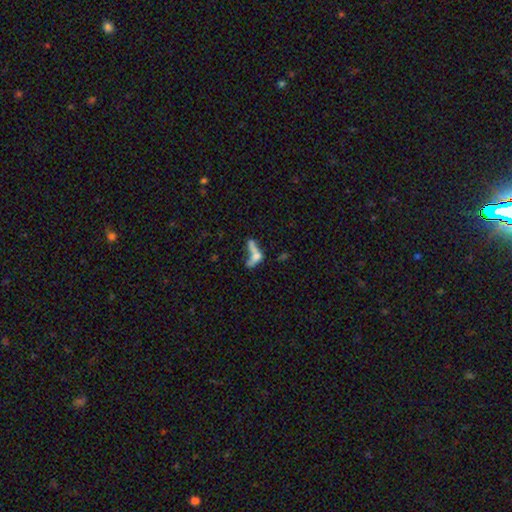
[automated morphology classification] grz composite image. It shows a smooth galaxy with no disk features (50%) that is in between round and cigar-shaped (51%). Merging: merger (51%).